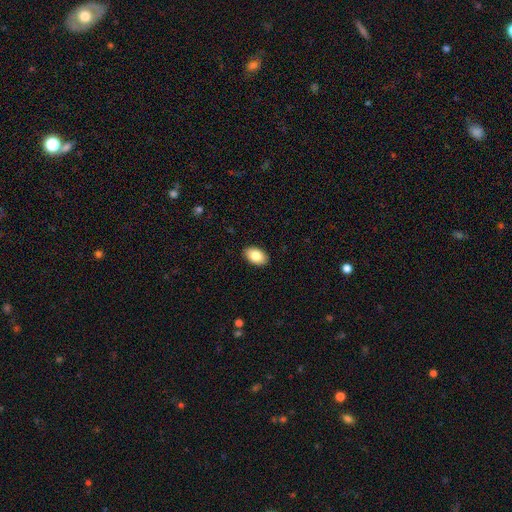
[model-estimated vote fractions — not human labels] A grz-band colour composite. It shows a smooth galaxy with no disk features (86%) that is in between round and cigar-shaped (92%). Merging: none (90%).